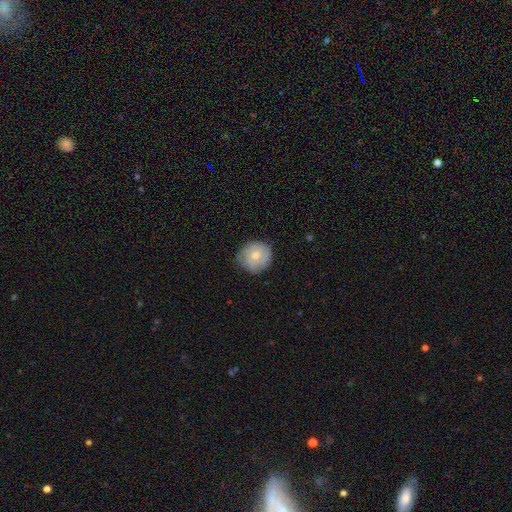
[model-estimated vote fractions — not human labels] This is possibly a smooth galaxy (55%). How rounded: clearly round (85%). Merging: likely none (71%).